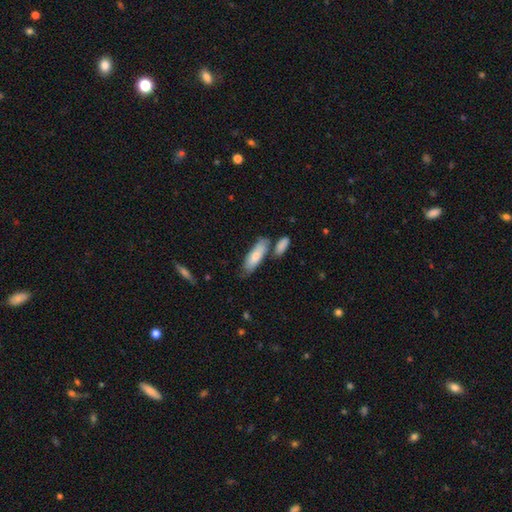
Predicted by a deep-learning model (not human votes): Smooth or featured?
  - smooth: 76% *
  - featured or disk: 19%
  - star or artifact: 5%
How rounded?
  - in between: 59% *
  - cigar-shaped: 39%
  - round: 2%
Merging?
  - none: 62% *
  - minor disturbance: 18%
  - merger: 17%
  - major disturbance: 4%